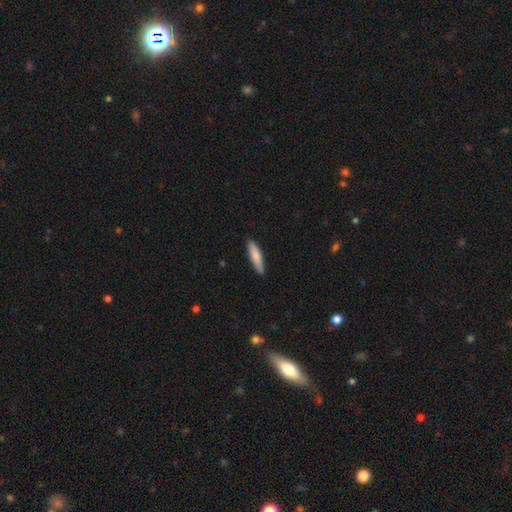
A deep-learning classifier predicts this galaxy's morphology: A smooth galaxy with no disk features (76%) that is cigar-shaped (81%). Merging: none (89%).